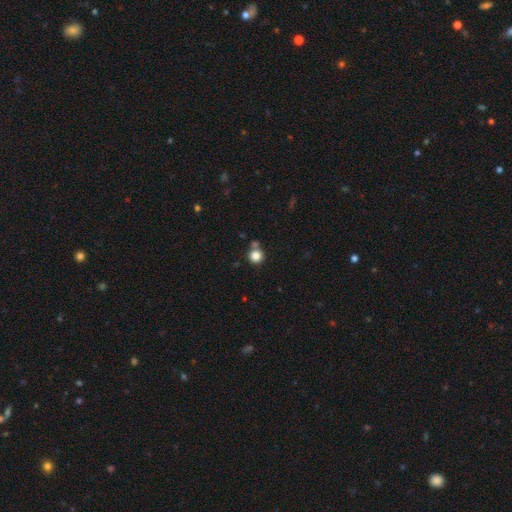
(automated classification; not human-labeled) Morphology: type=smooth (83%); roundness=round (93%); merging=none (68%).